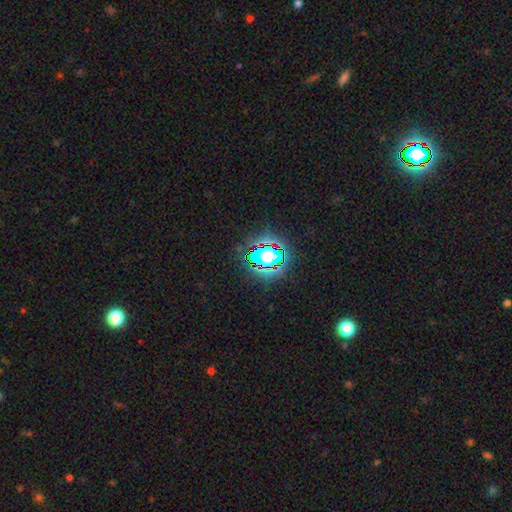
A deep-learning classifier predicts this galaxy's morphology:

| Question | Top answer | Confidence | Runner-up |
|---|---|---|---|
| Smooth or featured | star or artifact | 80% | smooth (12%) |